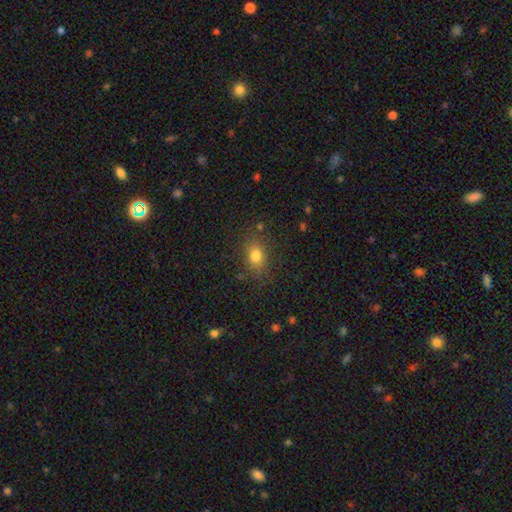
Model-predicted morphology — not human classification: smooth-or-featured: smooth: 77% | star or artifact: 14% | featured or disk: 9%
  how-rounded: in between: 59% | round: 39% | cigar-shaped: 2%
  merging: none: 80% | minor disturbance: 14% | major disturbance: 5% | merger: 2%